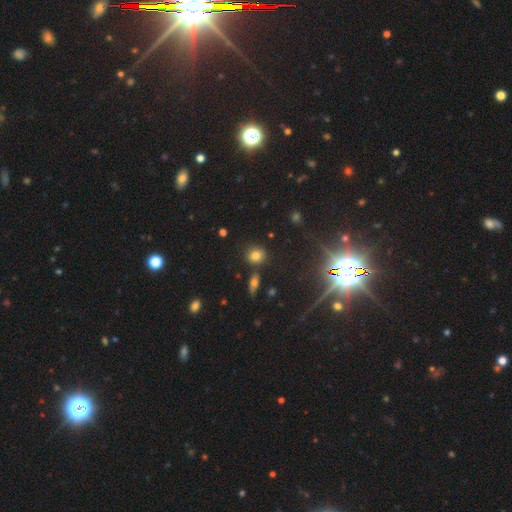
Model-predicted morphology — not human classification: The model was most divided on "how rounded": round: 73%, in between: 25%, cigar-shaped: 2%. More confident: merging — none (78%); smooth or featured — smooth (74%).